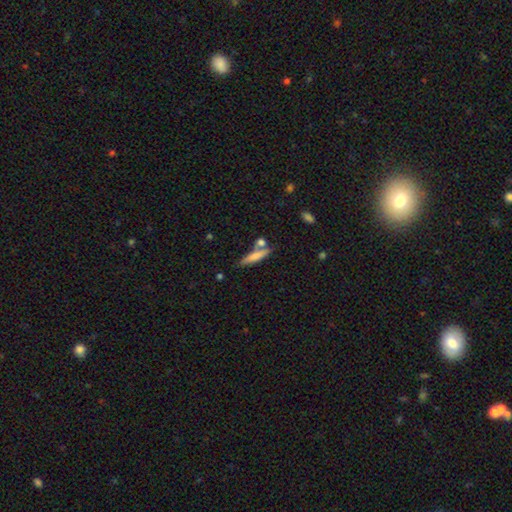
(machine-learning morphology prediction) Overall: smooth (70%). How rounded: cigar-shaped (80%). Merging: none (63%).